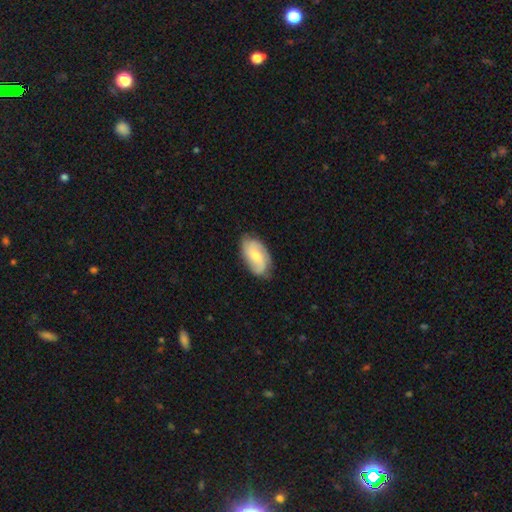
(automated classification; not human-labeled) Q: Smooth or featured?
A: featured or disk (51%); runner-up: smooth (43%)
Q: Edge-on disk?
A: no (95%); runner-up: yes (5%)
Q: Merging?
A: none (73%); runner-up: minor disturbance (21%)